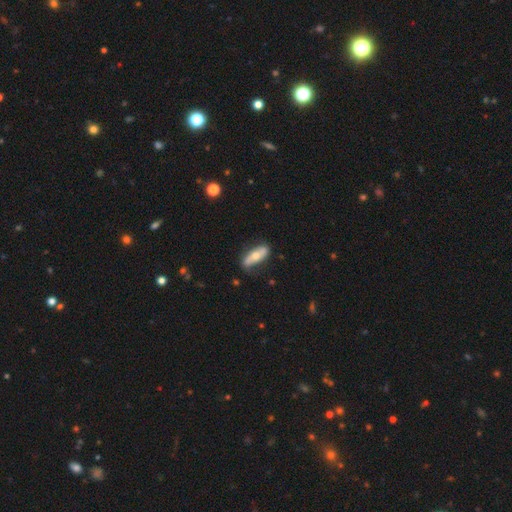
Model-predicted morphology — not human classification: This appears to be a smooth galaxy with no disk features (48%). Merging: none (75%).